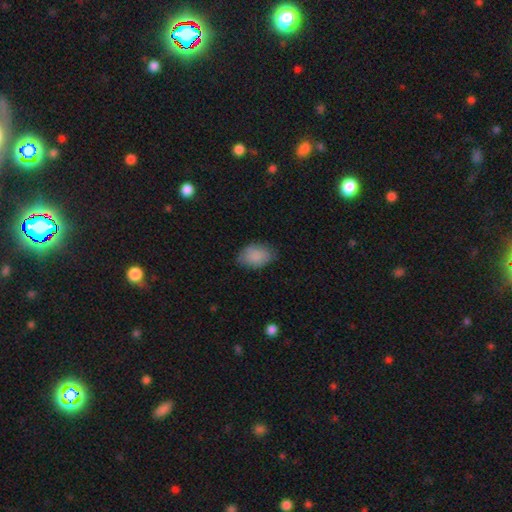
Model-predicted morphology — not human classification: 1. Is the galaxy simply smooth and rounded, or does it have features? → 86% smooth, 7% star or artifact, 7% featured or disk.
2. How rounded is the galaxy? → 85% in between, 13% round, 1% cigar-shaped.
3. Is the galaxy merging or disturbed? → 74% none, 20% minor disturbance, 4% major disturbance, 1% merger.